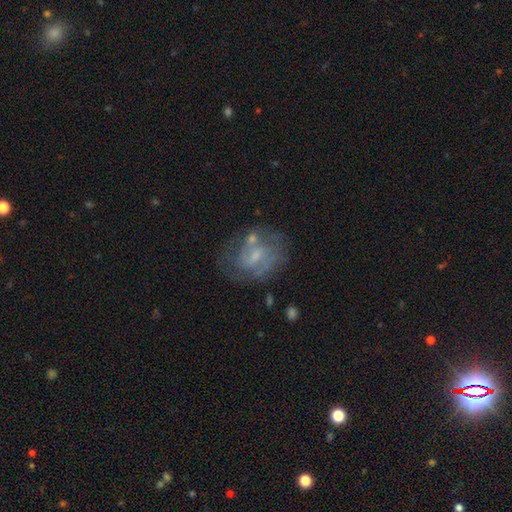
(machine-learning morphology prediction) A featured or disk galaxy (71%) with a weak bar (52%), 2 (42%) medium (43%) spiral arms (76%) and a small central bulge (52%).

Vote fractions:
- Smooth or featured? featured or disk: 71% / smooth: 21% / star or artifact: 9%
- Edge-on disk? no: 97% / yes: 3%
- Bar? weak: 52% / no: 36% / strong: 12%
- Spiral arms? yes: 76% / no: 24%
- Spiral winding? medium: 43% / tight: 38% / loose: 19%
- Spiral arm count? 2: 42% / can't tell: 35% / 3: 10% / 1: 7% / 4: 3% / more than 4: 3%
- Bulge size? small: 52% / moderate: 25% / none: 20% / large: 2% / dominant: 1%
- Merging? none: 56% / minor disturbance: 20% / major disturbance: 15% / merger: 8%